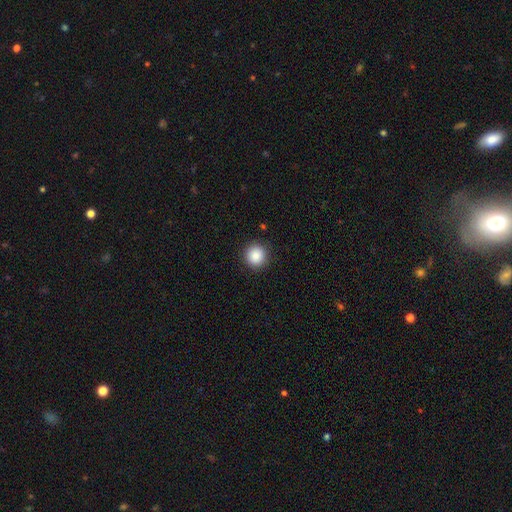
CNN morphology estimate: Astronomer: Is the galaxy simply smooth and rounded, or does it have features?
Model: smooth — 87%.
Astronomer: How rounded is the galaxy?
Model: round — 94%.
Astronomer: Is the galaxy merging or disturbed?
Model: none — 91%.